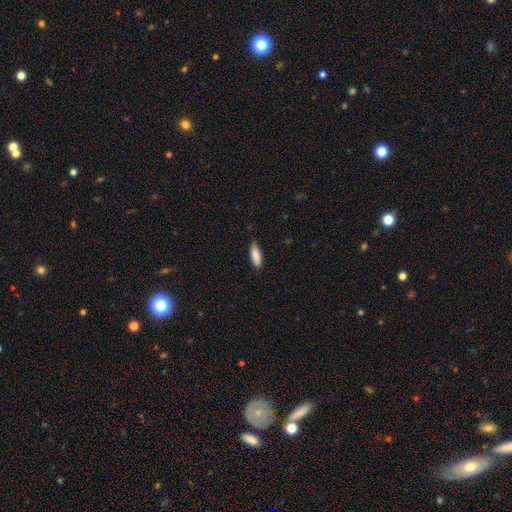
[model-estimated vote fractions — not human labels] Smooth or featured: smooth — 88% (featured or disk — 6%)
How rounded: in between — 61% (cigar-shaped — 38%)
Merging: none — 81% (minor disturbance — 16%)